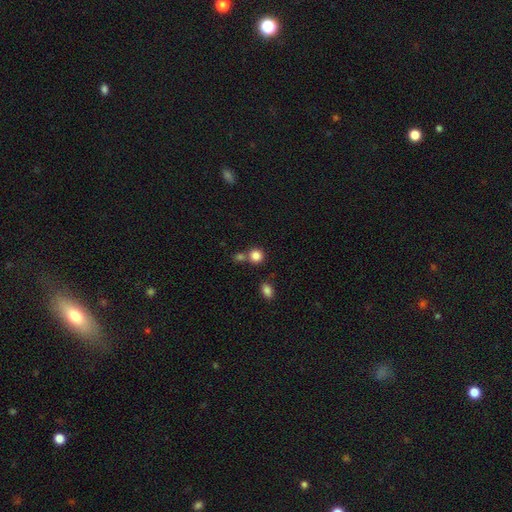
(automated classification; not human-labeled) A smooth galaxy with no disk features (84%) that is round (88%).

Vote fractions:
- Smooth or featured? smooth: 84% / star or artifact: 11% / featured or disk: 5%
- How rounded? round: 88% / in between: 11% / cigar-shaped: 1%
- Merging? none: 65% / merger: 23% / minor disturbance: 9% / major disturbance: 3%